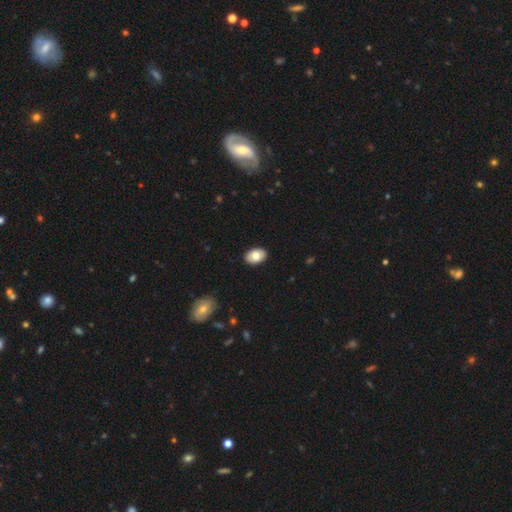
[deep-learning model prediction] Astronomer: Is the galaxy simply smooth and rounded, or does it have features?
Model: smooth — 80%.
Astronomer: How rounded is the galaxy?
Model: in between — 88%.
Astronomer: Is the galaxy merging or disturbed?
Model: none — 90%.